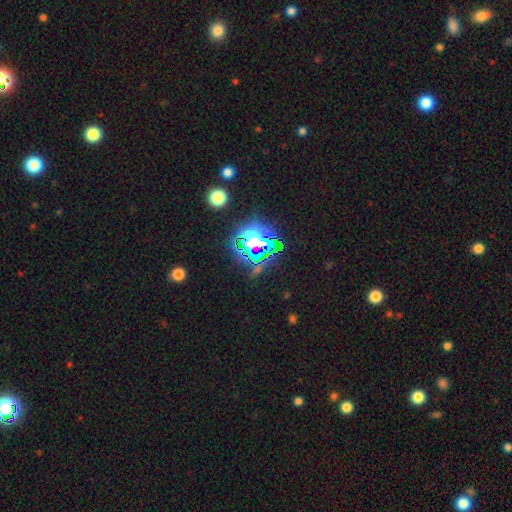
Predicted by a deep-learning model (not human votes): A star or artifact, not a galaxy (73%).